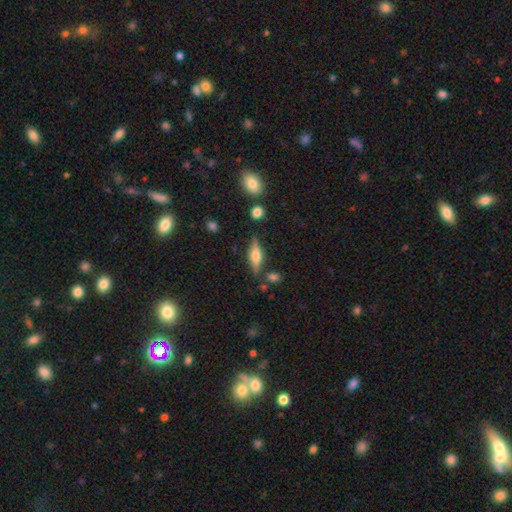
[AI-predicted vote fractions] The model was most divided on "smooth or featured": featured or disk: 62%, smooth: 30%, star or artifact: 7%. More confident: edge-on disk — yes (95%); edge-on bulge — rounded (90%); merging — none (80%).